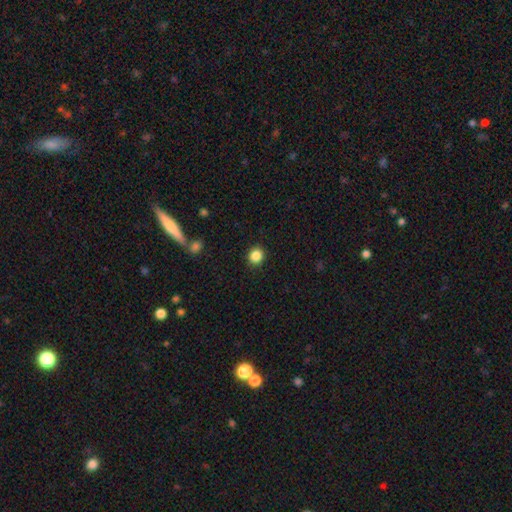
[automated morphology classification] type=smooth (86%); roundness=round (84%); merging=none (91%).